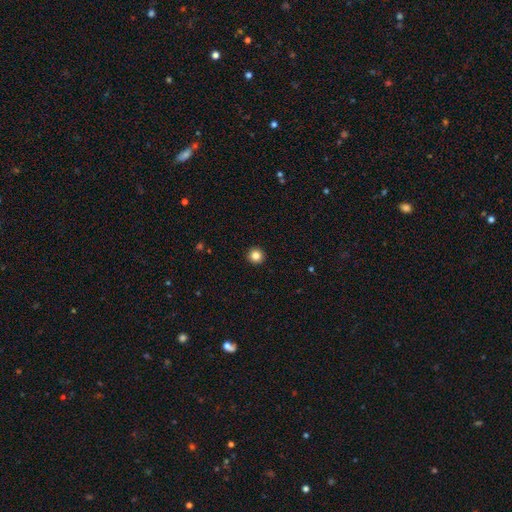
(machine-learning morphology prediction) Overall: smooth (84%). How rounded: round (96%). Merging: none (94%).